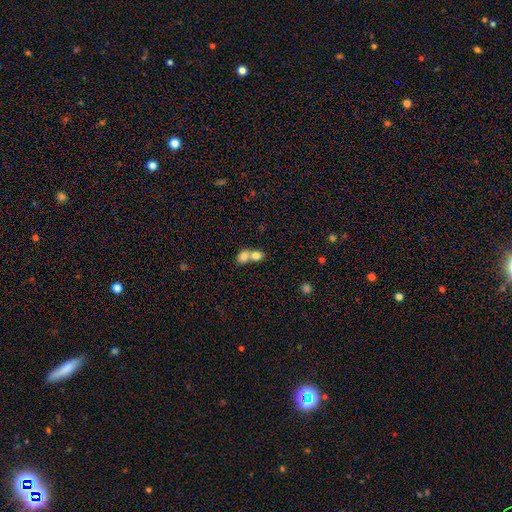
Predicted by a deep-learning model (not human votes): smooth-or-featured: smooth: 77% | featured or disk: 14% | star or artifact: 9%
  how-rounded: round: 56% | in between: 42% | cigar-shaped: 1%
  merging: merger: 74% | none: 20% | minor disturbance: 4% | major disturbance: 2%